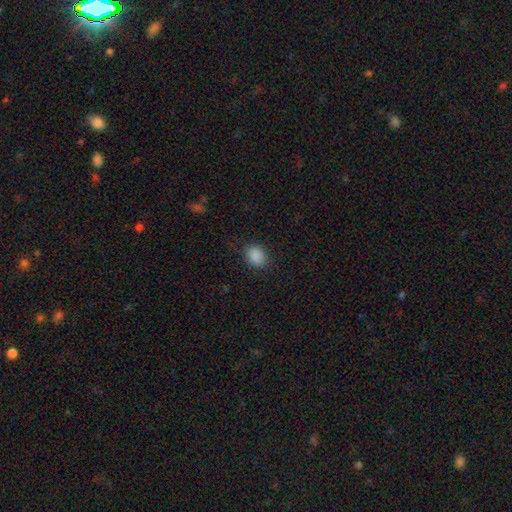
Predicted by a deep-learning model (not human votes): smooth 88%, star or artifact 9%, featured or disk 3%. Down the decision tree: how rounded — in between (56%); merging — none (84%).